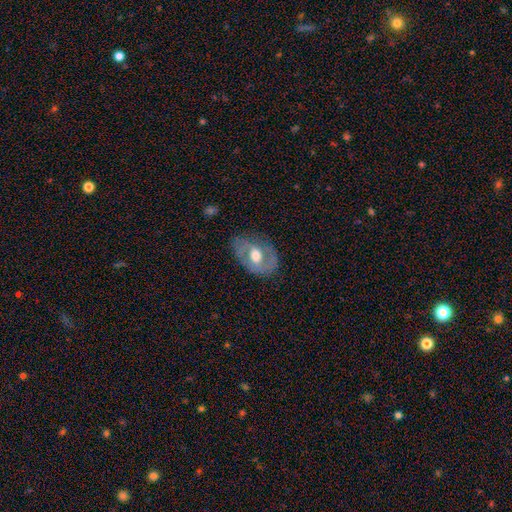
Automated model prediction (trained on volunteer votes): Q: Smooth or featured?
A: featured or disk (62%); runner-up: smooth (32%)
Q: Edge-on disk?
A: no (94%); runner-up: yes (6%)
Q: Bar?
A: no (56%); runner-up: weak (34%)
Q: Spiral arms?
A: yes (55%); runner-up: no (45%)
Q: Bulge size?
A: moderate (62%); runner-up: large (29%)
Q: Merging?
A: none (70%); runner-up: minor disturbance (20%)